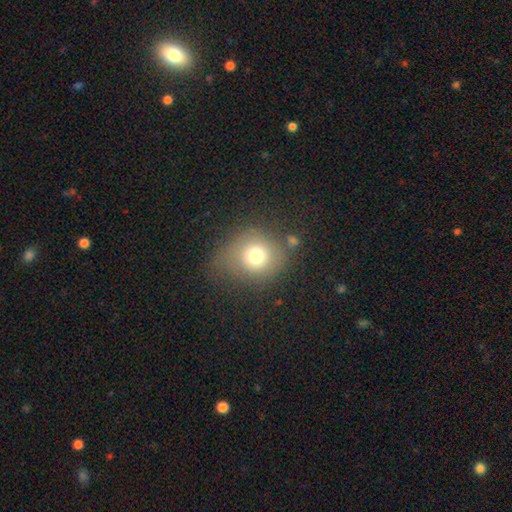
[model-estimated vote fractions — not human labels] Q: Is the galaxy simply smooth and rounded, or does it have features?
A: smooth — 72%.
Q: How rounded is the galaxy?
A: round — 82%.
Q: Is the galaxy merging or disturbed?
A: none — 63%.